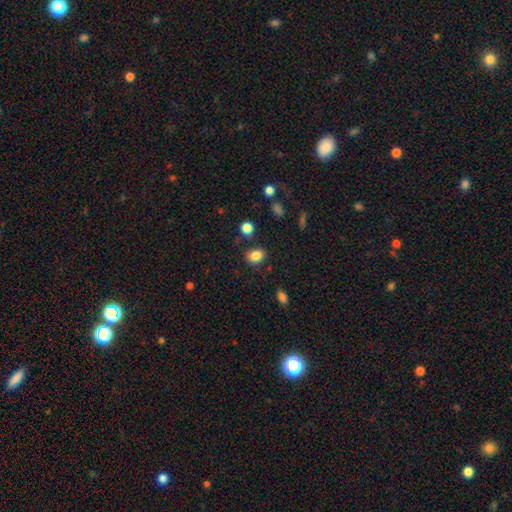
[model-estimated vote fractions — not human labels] Smooth or featured? smooth (84%)
How rounded? in between (66%)
Merging? none (80%)